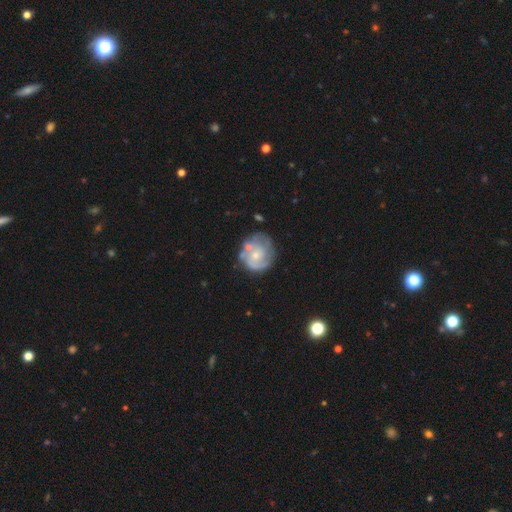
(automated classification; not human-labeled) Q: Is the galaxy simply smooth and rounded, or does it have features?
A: featured or disk — 70%.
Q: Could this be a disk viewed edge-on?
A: no — 98%.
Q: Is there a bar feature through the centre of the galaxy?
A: no — 74%.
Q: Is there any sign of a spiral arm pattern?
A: yes — 81%.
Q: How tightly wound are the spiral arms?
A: tight — 47%.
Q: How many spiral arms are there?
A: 2 — 39%.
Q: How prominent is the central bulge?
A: small — 58%.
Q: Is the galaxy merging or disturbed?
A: none — 54%.